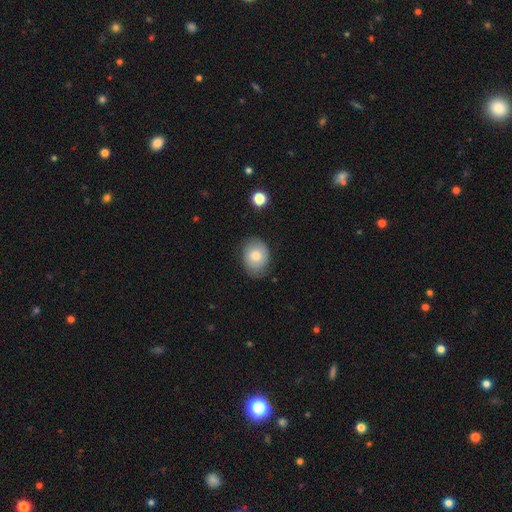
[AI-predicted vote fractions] The model was most divided on "how rounded": in between: 58%, round: 41%, cigar-shaped: 1%. More confident: merging — none (74%); smooth or featured — smooth (70%).